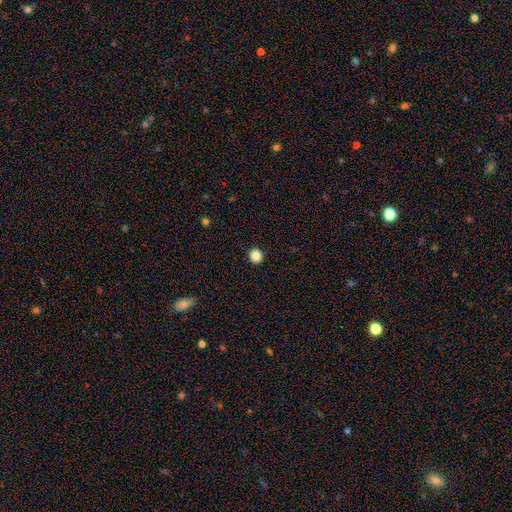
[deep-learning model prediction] smooth_or_featured: smooth (p=0.85) [alt: star or artifact p=0.11]
how_rounded: round (p=0.90) [alt: in between p=0.09]
merging: none (p=0.93) [alt: minor disturbance p=0.05]